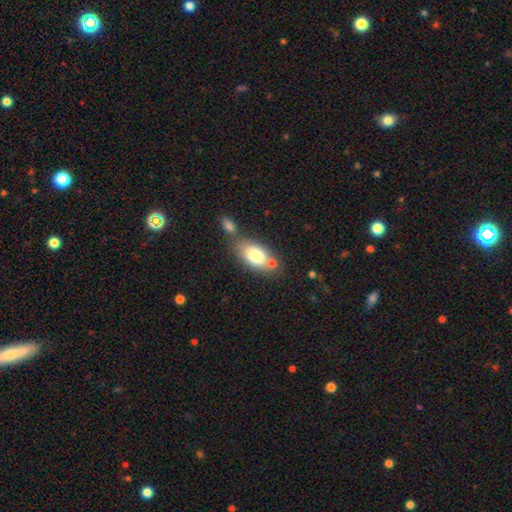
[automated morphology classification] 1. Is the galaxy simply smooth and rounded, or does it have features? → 74% smooth, 18% featured or disk, 8% star or artifact.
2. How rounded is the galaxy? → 87% in between, 9% round, 4% cigar-shaped.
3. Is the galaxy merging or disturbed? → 50% none, 31% merger, 14% minor disturbance, 5% major disturbance.